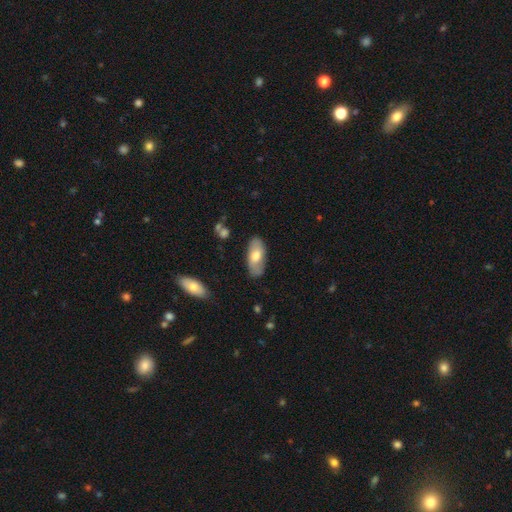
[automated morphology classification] The model was most divided on "smooth or featured": smooth: 66%, featured or disk: 28%, star or artifact: 6%. More confident: how rounded — in between (89%); merging — none (81%).